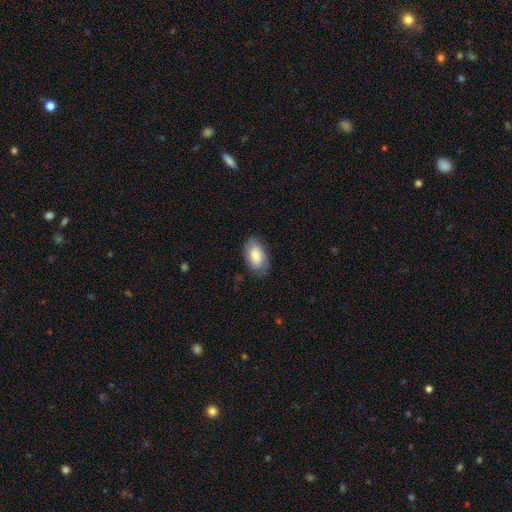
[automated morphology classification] Smooth or featured? Predicted: smooth (p=0.75). How rounded? Predicted: in between (p=0.93). Merging? Predicted: none (p=0.76).